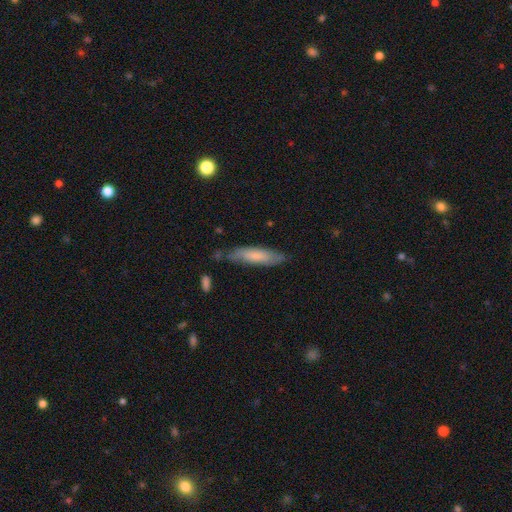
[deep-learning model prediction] This is likely a smooth galaxy (68%). How rounded: likely cigar-shaped (70%). Merging: likely none (72%).